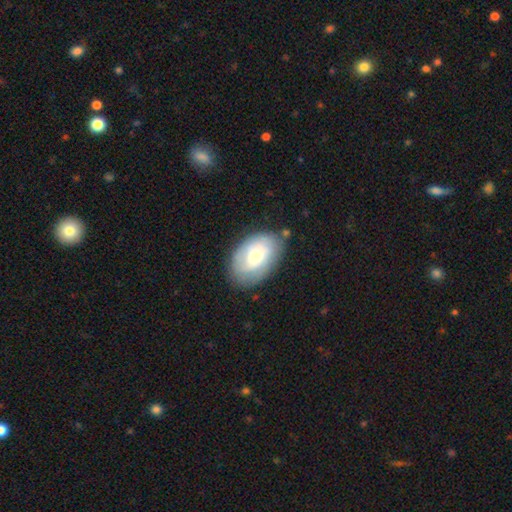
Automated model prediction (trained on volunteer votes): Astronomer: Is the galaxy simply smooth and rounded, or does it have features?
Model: smooth — 56% (runner-up: featured or disk, 37%).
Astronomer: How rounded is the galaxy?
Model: in between — 90%.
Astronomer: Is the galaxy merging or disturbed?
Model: none — 73%.